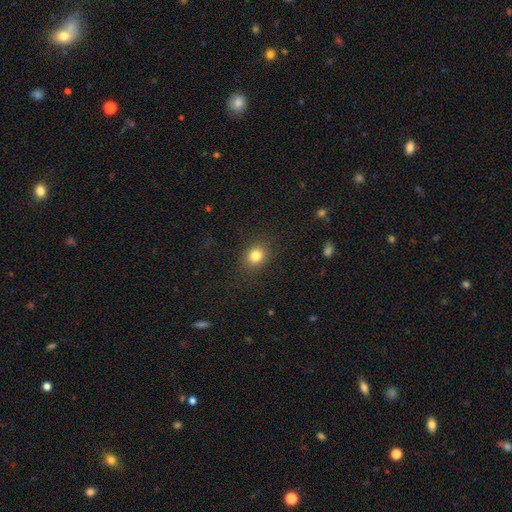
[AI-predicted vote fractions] Smooth or featured: smooth — 81% (star or artifact — 12%)
How rounded: round — 61% (in between — 38%)
Merging: none — 86% (minor disturbance — 9%)